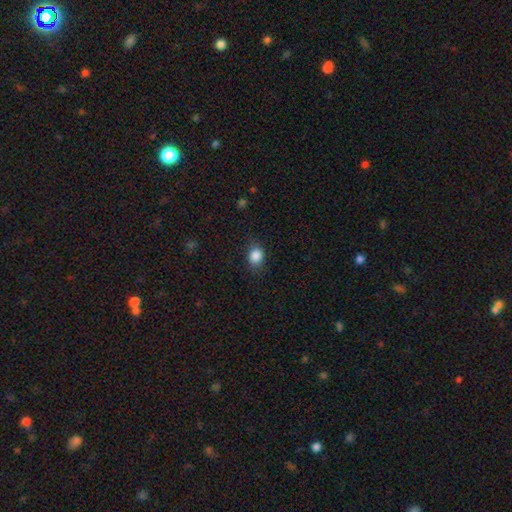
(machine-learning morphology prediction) Smooth or featured: smooth — 85% (star or artifact — 10%)
How rounded: round — 57% (in between — 42%)
Merging: none — 76% (minor disturbance — 18%)